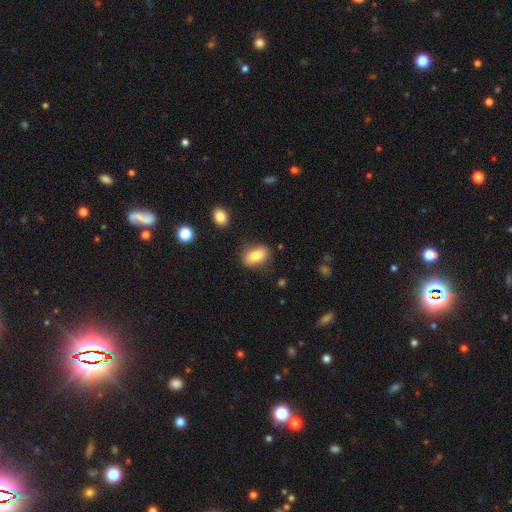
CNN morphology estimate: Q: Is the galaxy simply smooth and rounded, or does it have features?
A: smooth — 79%.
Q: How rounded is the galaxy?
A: in between — 83%.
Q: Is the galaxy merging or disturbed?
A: none — 79%.